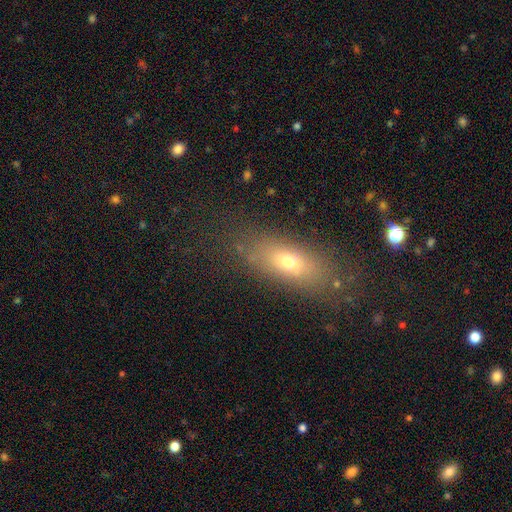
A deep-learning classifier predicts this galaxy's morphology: smooth 61%, featured or disk 23%, star or artifact 17%. Down the decision tree: how rounded — in between (60%); merging — none (79%).